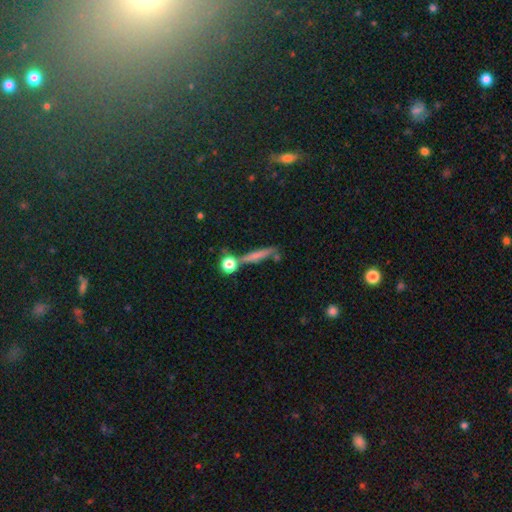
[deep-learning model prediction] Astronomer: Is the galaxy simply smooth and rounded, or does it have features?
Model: smooth — 61%.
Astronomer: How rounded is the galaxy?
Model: cigar-shaped — 78%.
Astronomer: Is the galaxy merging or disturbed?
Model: none — 70%.